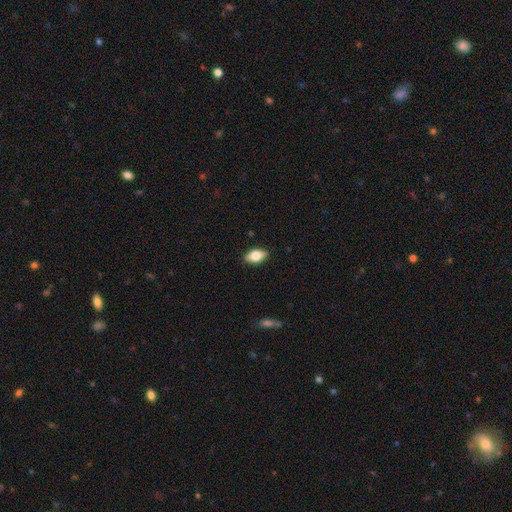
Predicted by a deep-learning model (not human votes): Q: Smooth or featured?
A: smooth (76%); runner-up: featured or disk (17%)
Q: How rounded?
A: in between (89%); runner-up: round (7%)
Q: Merging?
A: none (88%); runner-up: minor disturbance (9%)